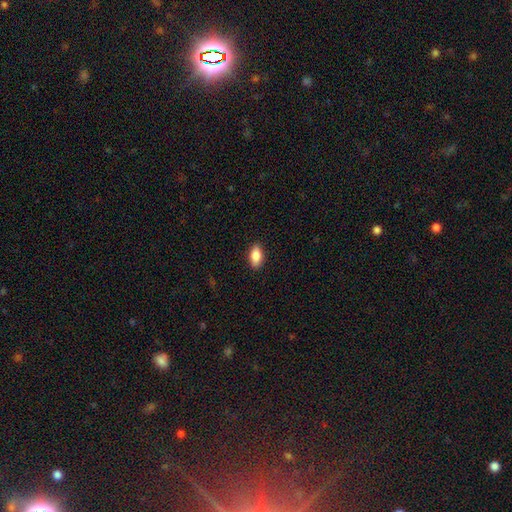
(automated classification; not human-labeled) Smooth or featured? Predicted: smooth (p=0.86). How rounded? Predicted: in between (p=0.90). Merging? Predicted: none (p=0.89).